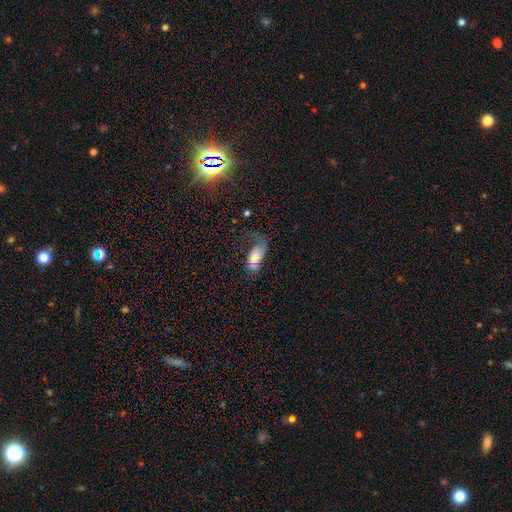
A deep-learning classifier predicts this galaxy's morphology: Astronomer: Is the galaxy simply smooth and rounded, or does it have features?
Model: smooth — 47% (runner-up: featured or disk, 28%).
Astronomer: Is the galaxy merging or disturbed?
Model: none — 41% (runner-up: major disturbance, 28%).